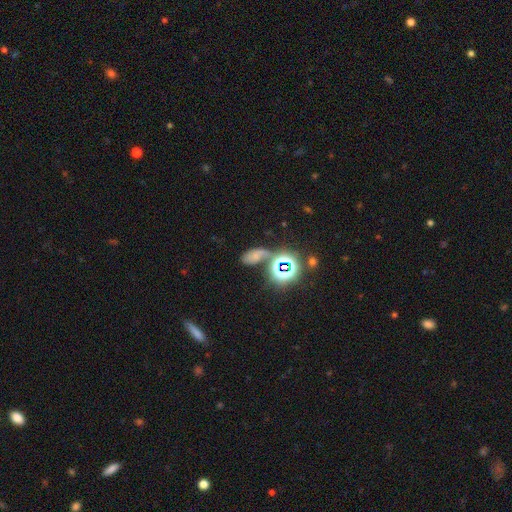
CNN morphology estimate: smooth_or_featured: smooth (p=0.43) [alt: star or artifact p=0.34]
merging: none (p=0.36) [alt: merger p=0.25]